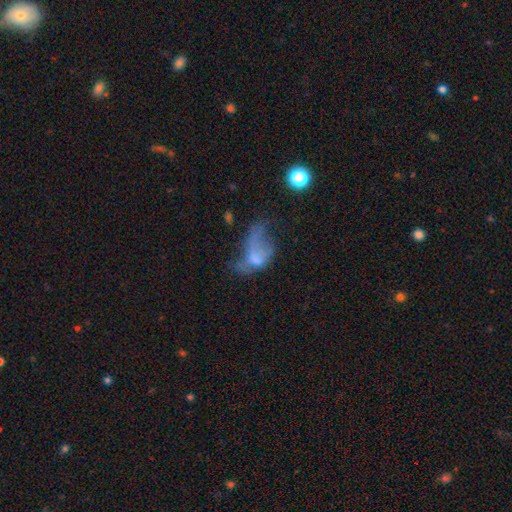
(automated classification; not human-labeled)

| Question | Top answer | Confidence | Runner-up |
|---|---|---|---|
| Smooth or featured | featured or disk | 46% | smooth (39%) |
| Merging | major disturbance | 55% | none (18%) |